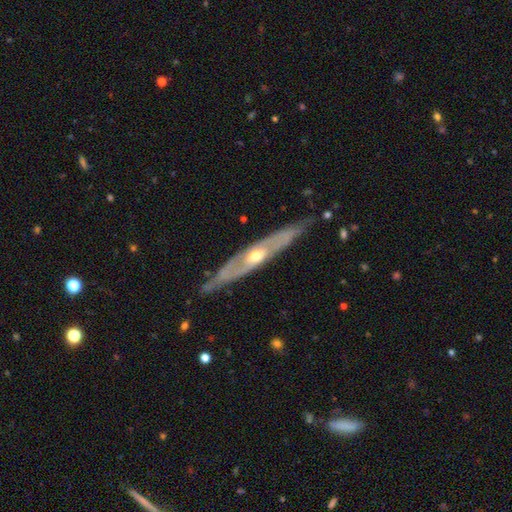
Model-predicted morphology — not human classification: A featured or disk galaxy (77%) viewed edge-on (63%). Merging: none (75%).